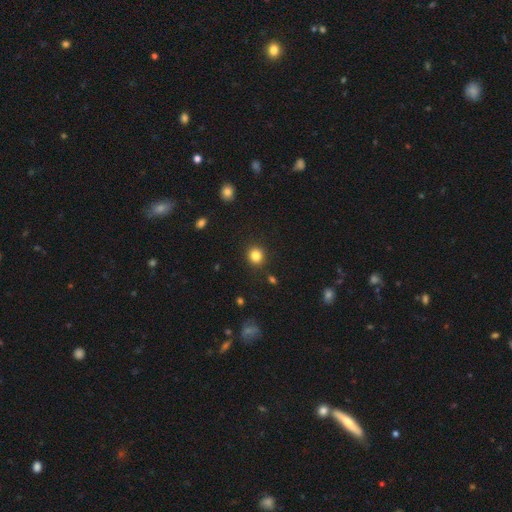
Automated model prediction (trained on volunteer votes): Q: Smooth or featured?
A: smooth (84%); runner-up: star or artifact (11%)
Q: How rounded?
A: round (83%); runner-up: in between (16%)
Q: Merging?
A: none (89%); runner-up: minor disturbance (7%)